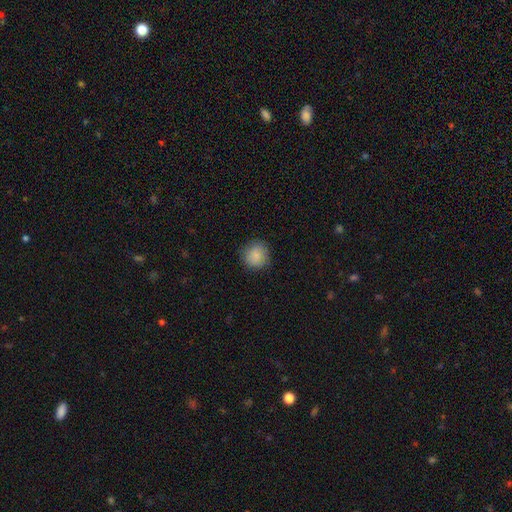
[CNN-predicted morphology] The model was most divided on "merging": none: 83%, minor disturbance: 12%, major disturbance: 3%, merger: 1%. More confident: how rounded — round (90%); smooth or featured — smooth (86%).